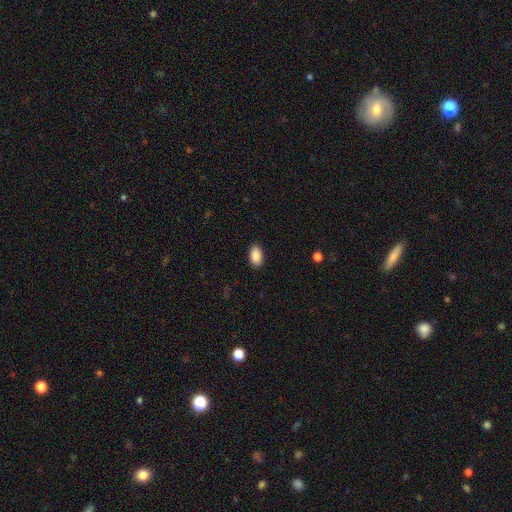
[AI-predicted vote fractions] Smooth or featured?
  - smooth: 90% *
  - star or artifact: 7%
  - featured or disk: 3%
How rounded?
  - in between: 93% *
  - round: 6%
  - cigar-shaped: 1%
Merging?
  - none: 90% *
  - minor disturbance: 8%
  - major disturbance: 2%
  - merger: 1%